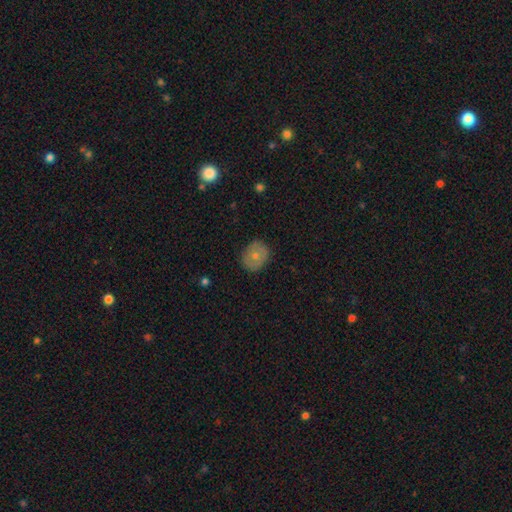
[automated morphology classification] This is likely a smooth galaxy (65%). How rounded: likely round (68%). Merging: clearly none (85%).